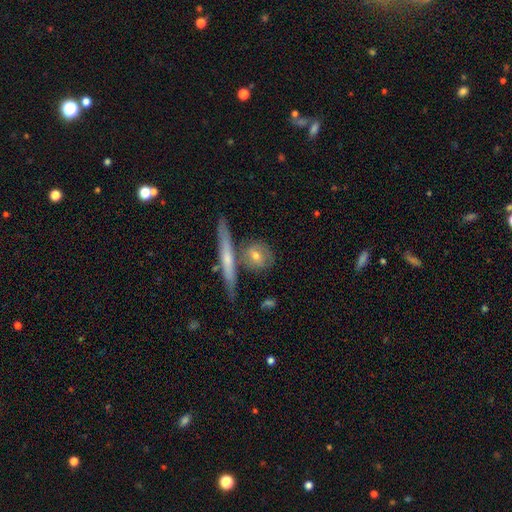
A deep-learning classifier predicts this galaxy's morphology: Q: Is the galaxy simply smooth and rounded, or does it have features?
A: smooth — 56%.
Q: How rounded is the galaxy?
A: round — 51%.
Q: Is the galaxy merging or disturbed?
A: none — 64%.